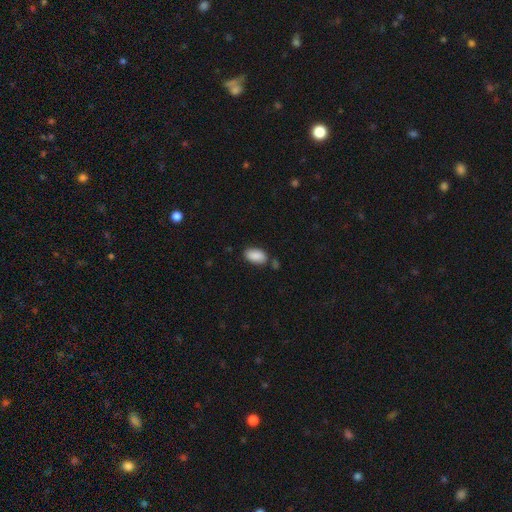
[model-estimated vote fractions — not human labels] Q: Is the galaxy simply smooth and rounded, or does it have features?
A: smooth — 88%.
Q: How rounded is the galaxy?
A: in between — 94%.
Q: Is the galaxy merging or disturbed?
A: none — 74%.